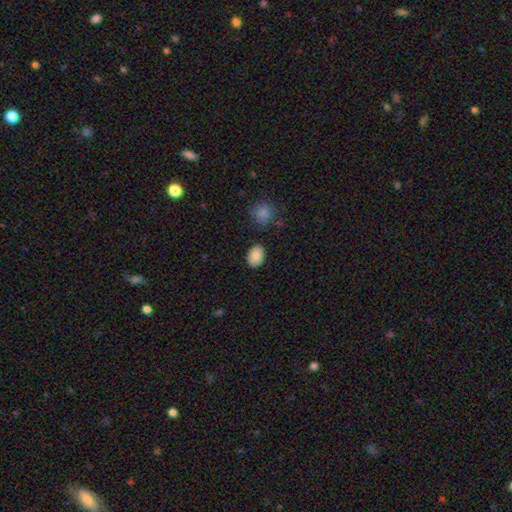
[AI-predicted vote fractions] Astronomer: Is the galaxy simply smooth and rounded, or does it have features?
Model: smooth — 86%.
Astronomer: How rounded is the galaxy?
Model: in between — 79%.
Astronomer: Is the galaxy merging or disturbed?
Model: none — 82%.